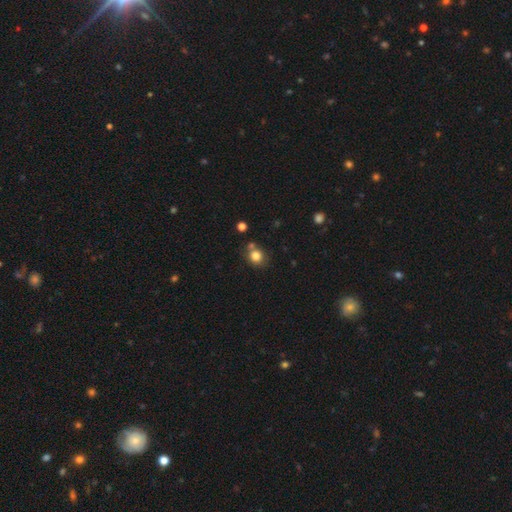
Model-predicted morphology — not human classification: This appears to be a smooth galaxy with no disk features (82%) that is round (82%). Merging: none (66%).